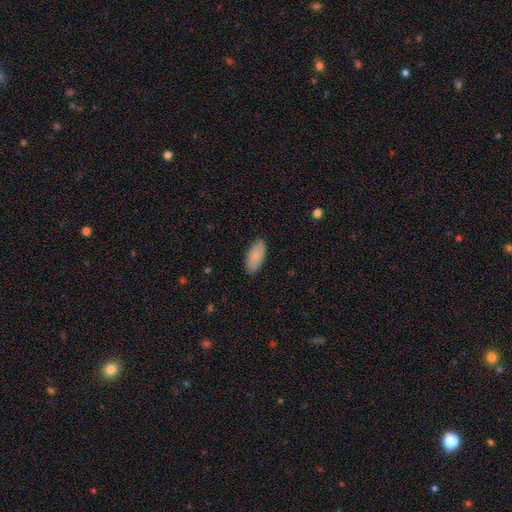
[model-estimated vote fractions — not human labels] Overall: smooth (87%). How rounded: in between (91%). Merging: none (87%).